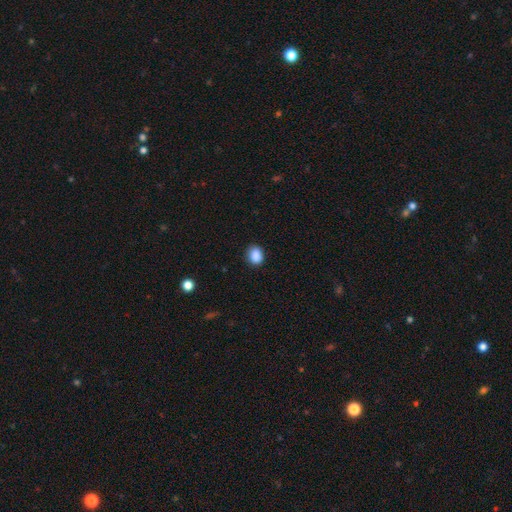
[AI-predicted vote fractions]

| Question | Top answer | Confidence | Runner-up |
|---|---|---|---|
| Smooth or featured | smooth | 89% | star or artifact (9%) |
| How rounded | in between | 52% | round (47%) |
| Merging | none | 84% | minor disturbance (12%) |